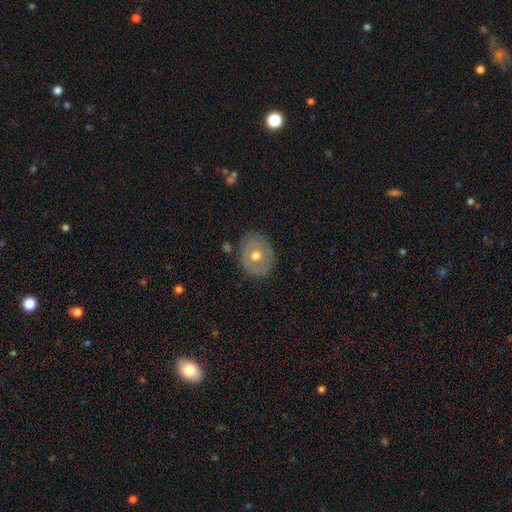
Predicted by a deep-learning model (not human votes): Overall: smooth (49%; featured or disk 44%). Merging: none (82%).